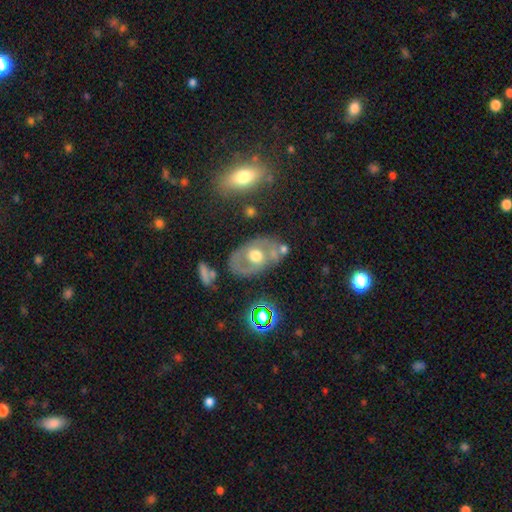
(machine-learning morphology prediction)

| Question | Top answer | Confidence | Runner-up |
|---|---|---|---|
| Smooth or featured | featured or disk | 58% | smooth (32%) |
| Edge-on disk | no | 91% | yes (9%) |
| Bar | no | 78% | weak (16%) |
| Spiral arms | no | 68% | yes (32%) |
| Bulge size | moderate | 64% | large (27%) |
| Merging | none | 66% | minor disturbance (18%) |